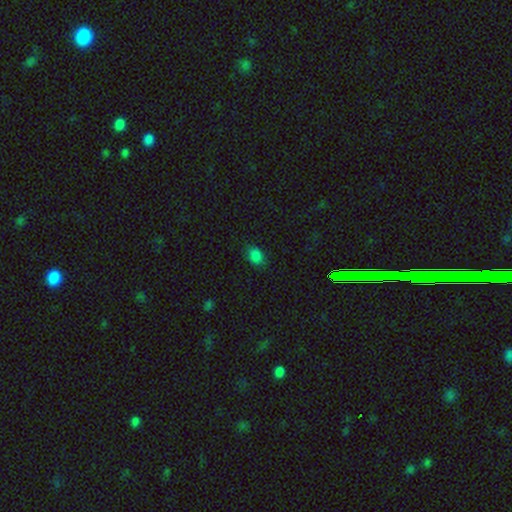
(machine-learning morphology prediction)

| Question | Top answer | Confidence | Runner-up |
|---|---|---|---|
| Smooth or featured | smooth | 83% | star or artifact (14%) |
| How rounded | in between | 66% | round (33%) |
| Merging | none | 81% | minor disturbance (15%) |